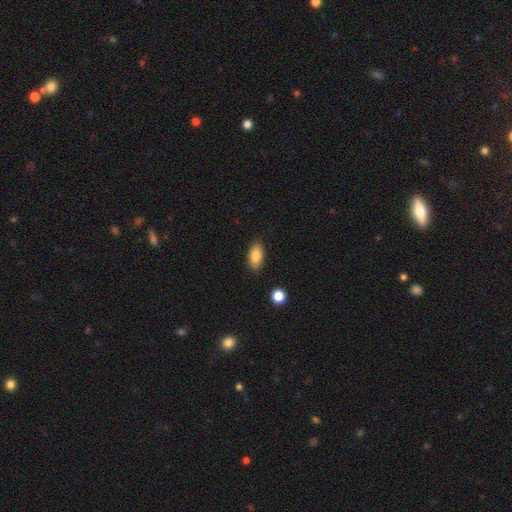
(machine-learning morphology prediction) Smooth or featured: smooth — 83% (featured or disk — 10%)
How rounded: in between — 89% (cigar-shaped — 7%)
Merging: none — 88% (minor disturbance — 9%)